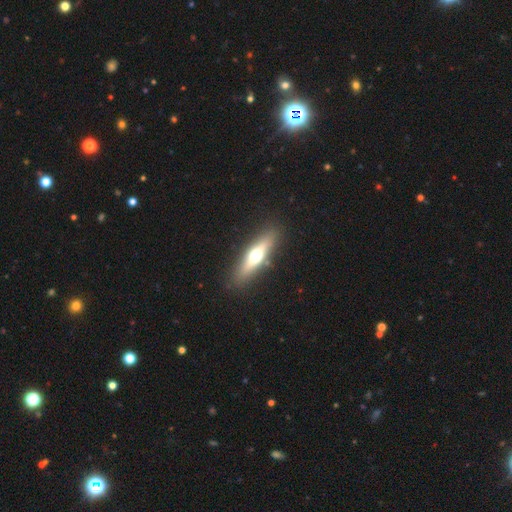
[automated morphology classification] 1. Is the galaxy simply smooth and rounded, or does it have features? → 48% featured or disk, 46% smooth, 6% star or artifact.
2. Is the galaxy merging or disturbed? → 87% none, 9% minor disturbance, 2% major disturbance, 2% merger.